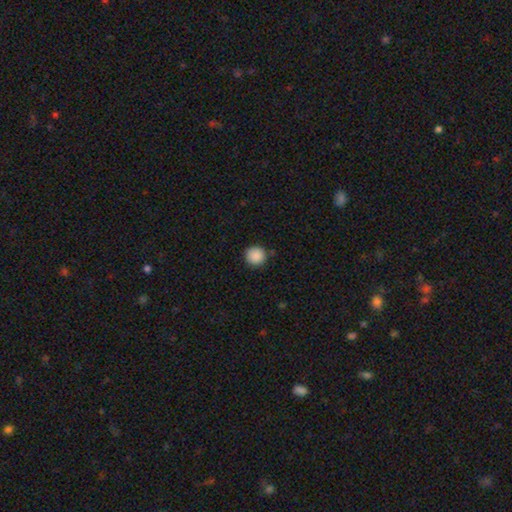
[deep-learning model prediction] smooth_or_featured: smooth (p=0.89) [alt: star or artifact p=0.09]
how_rounded: round (p=0.95) [alt: in between p=0.04]
merging: none (p=0.88) [alt: minor disturbance p=0.08]